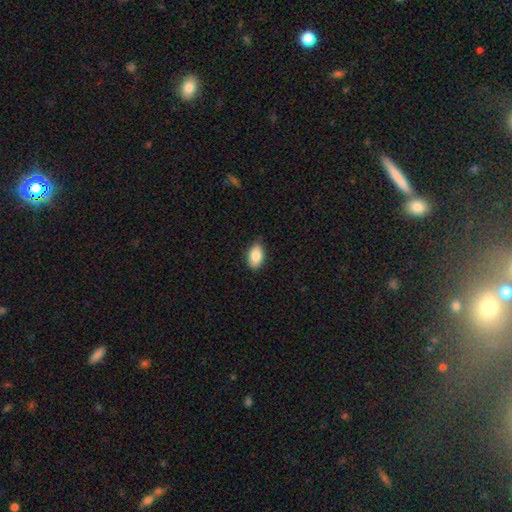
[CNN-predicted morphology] Smooth or featured: smooth — 85% (featured or disk — 8%)
How rounded: in between — 92% (round — 6%)
Merging: none — 80% (minor disturbance — 17%)